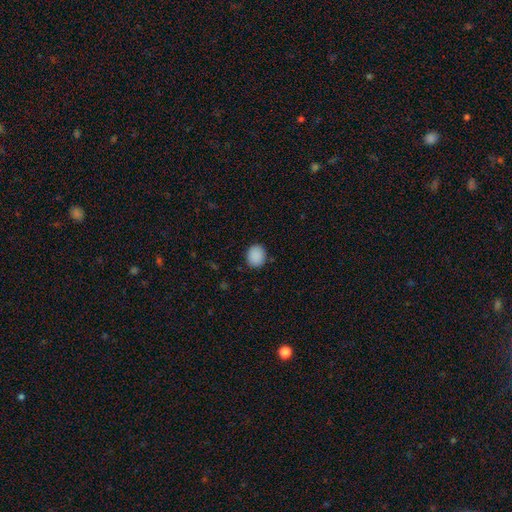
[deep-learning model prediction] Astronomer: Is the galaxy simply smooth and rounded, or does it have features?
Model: smooth — 89%.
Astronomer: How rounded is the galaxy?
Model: round — 65%.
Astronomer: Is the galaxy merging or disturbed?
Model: none — 87%.